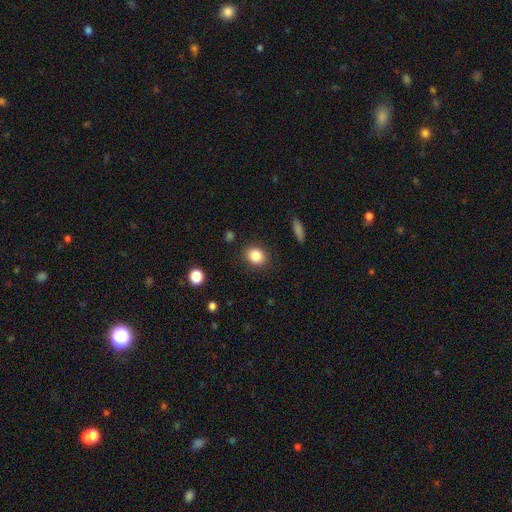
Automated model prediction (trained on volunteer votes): This is clearly a smooth galaxy (85%). How rounded: possibly round (59%). Merging: clearly none (87%).